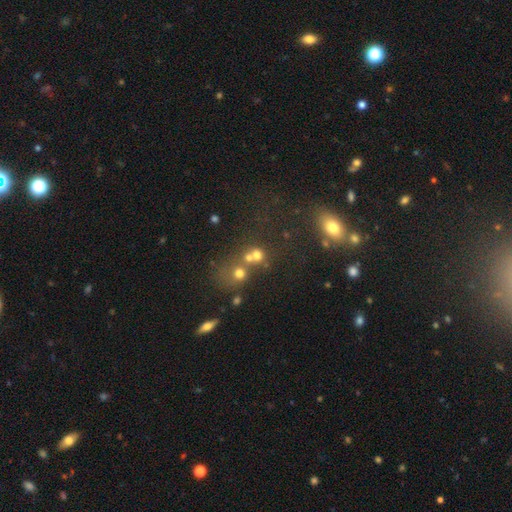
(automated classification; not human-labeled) Smooth or featured? Predicted: smooth (p=0.59). How rounded? Predicted: round (p=0.77). Merging? Predicted: merger (p=0.45).